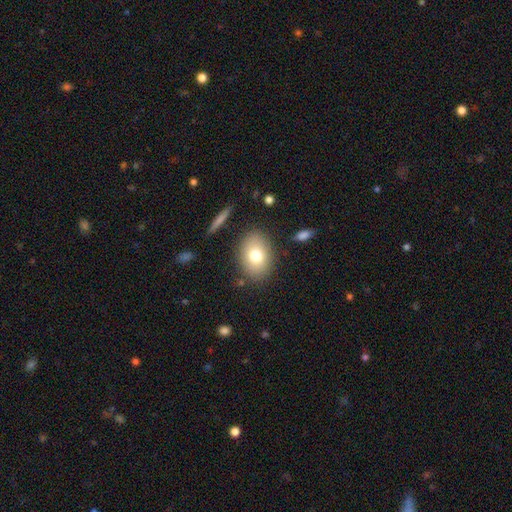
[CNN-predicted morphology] type=smooth (75%); roundness=in between (73%); merging=none (84%).